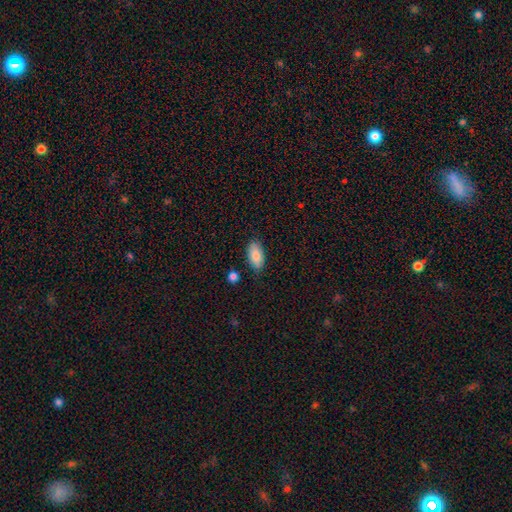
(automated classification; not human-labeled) Smooth or featured?
  - smooth: 84% *
  - featured or disk: 9%
  - star or artifact: 7%
How rounded?
  - in between: 92% *
  - cigar-shaped: 4%
  - round: 3%
Merging?
  - none: 80% *
  - minor disturbance: 14%
  - major disturbance: 3%
  - merger: 3%